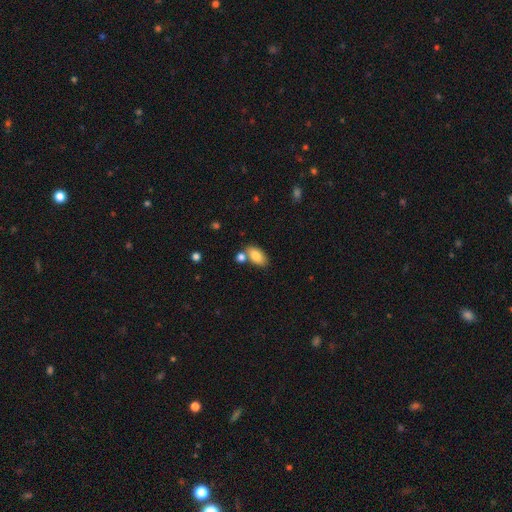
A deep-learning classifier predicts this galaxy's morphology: smooth_or_featured: smooth (p=0.81) [alt: featured or disk p=0.11]
how_rounded: in between (p=0.92) [alt: round p=0.05]
merging: none (p=0.64) [alt: merger p=0.20]